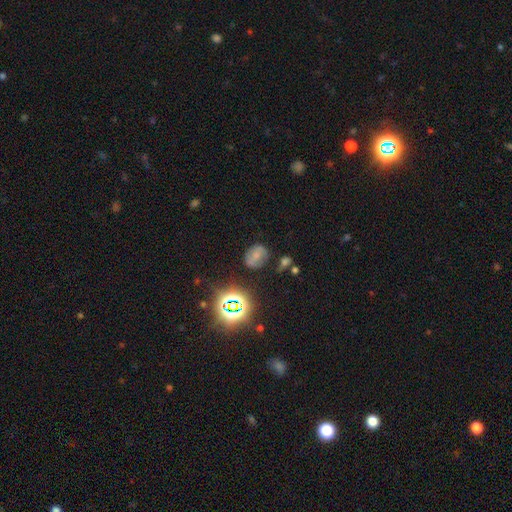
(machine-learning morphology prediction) The model was most divided on "how rounded": in between: 53%, round: 46%, cigar-shaped: 1%. More confident: merging — none (71%); smooth or featured — smooth (54%).